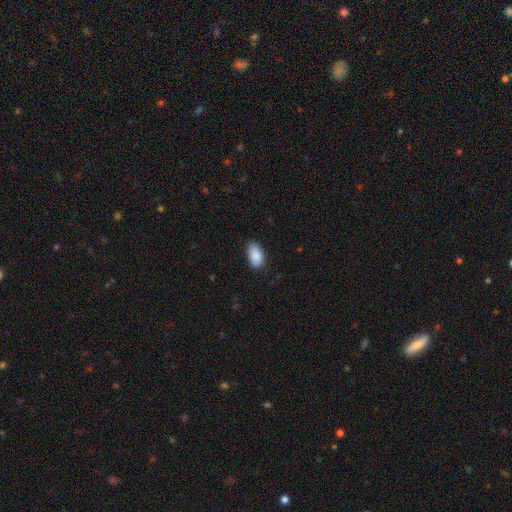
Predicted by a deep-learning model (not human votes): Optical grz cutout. It shows a smooth galaxy with no disk features (90%) that is in between round and cigar-shaped (94%). Merging: none (80%).